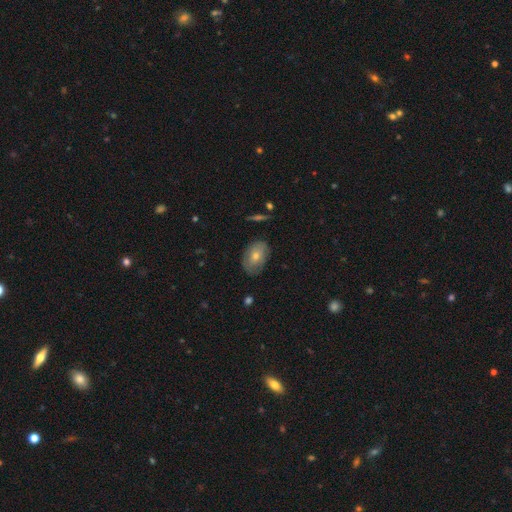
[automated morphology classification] Smooth or featured? Predicted: smooth (p=0.53). How rounded? Predicted: in between (p=0.85). Merging? Predicted: none (p=0.77).